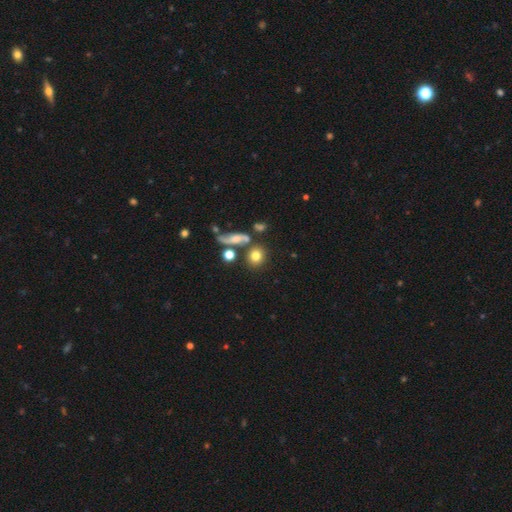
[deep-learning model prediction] Smooth or featured?
  - smooth: 75% *
  - featured or disk: 13%
  - star or artifact: 12%
How rounded?
  - round: 78% *
  - in between: 19%
  - cigar-shaped: 3%
Merging?
  - none: 66% *
  - merger: 17%
  - minor disturbance: 12%
  - major disturbance: 5%